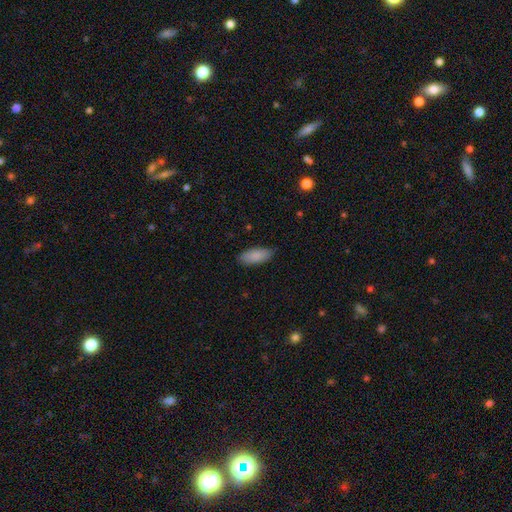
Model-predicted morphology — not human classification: Smooth or featured?
  - smooth: 86% *
  - featured or disk: 8%
  - star or artifact: 6%
How rounded?
  - in between: 82% *
  - cigar-shaped: 16%
  - round: 2%
Merging?
  - none: 82% *
  - minor disturbance: 15%
  - major disturbance: 2%
  - merger: 1%